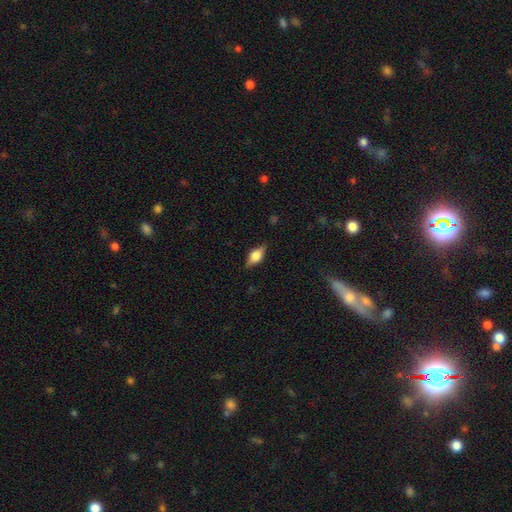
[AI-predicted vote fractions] smooth_or_featured: smooth (p=0.58) [alt: featured or disk p=0.34]
how_rounded: in between (p=0.81) [alt: cigar-shaped p=0.11]
merging: none (p=0.80) [alt: minor disturbance p=0.15]